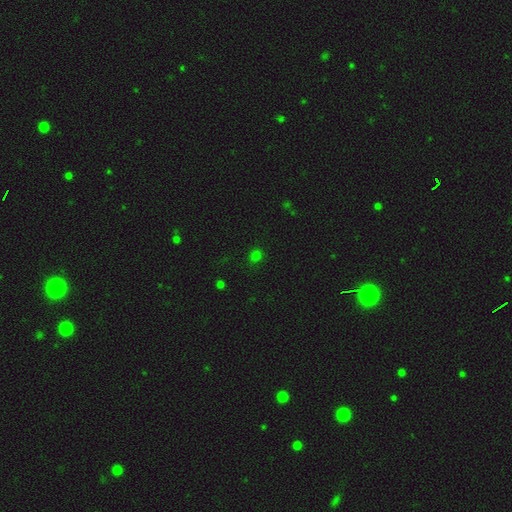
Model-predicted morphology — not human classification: smooth_or_featured: smooth (p=0.72) [alt: star or artifact p=0.24]
how_rounded: round (p=0.78) [alt: in between p=0.21]
merging: none (p=0.87) [alt: minor disturbance p=0.09]